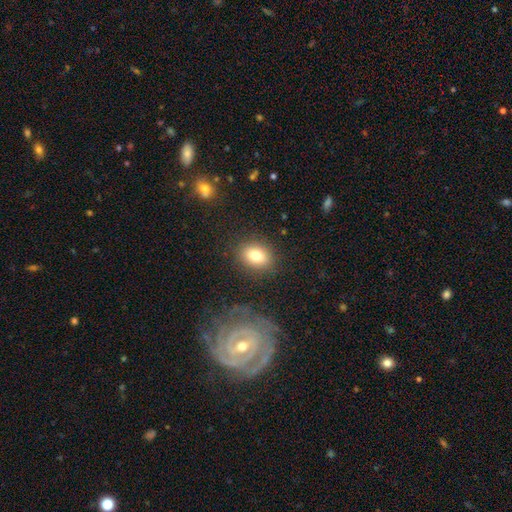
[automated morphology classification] Overall: smooth (81%). How rounded: in between (62%; round 37%). Merging: none (85%).